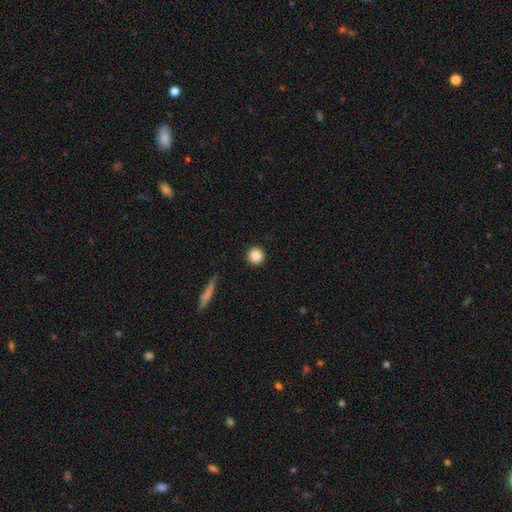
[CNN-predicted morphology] Smooth or featured?
  - smooth: 87% *
  - star or artifact: 9%
  - featured or disk: 4%
How rounded?
  - round: 94% *
  - in between: 5%
  - cigar-shaped: 1%
Merging?
  - none: 91% *
  - minor disturbance: 6%
  - major disturbance: 2%
  - merger: 1%